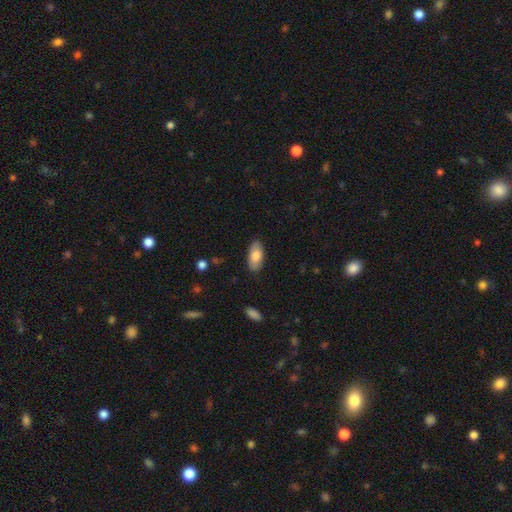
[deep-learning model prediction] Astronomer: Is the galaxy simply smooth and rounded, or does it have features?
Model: smooth — 78%.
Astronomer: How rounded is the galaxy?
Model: in between — 92%.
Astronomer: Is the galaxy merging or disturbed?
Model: none — 85%.